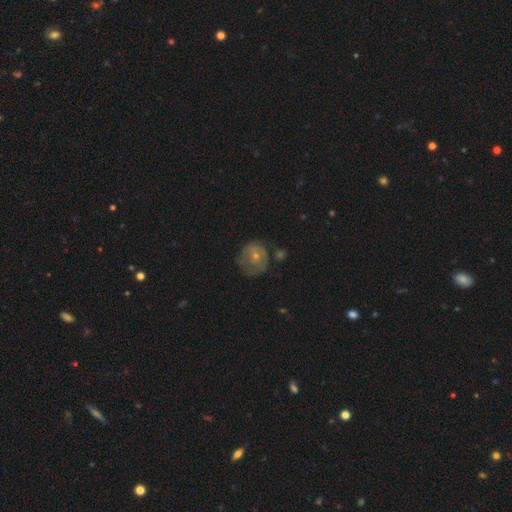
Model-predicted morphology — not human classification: smooth_or_featured: smooth (p=0.48) [alt: featured or disk p=0.44]
merging: none (p=0.46) [alt: minor disturbance p=0.29]